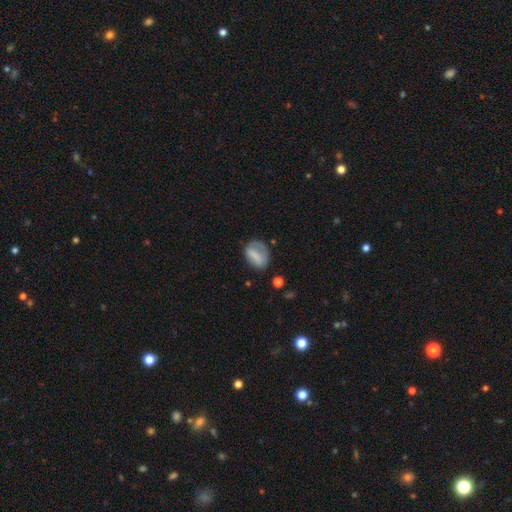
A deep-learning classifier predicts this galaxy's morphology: type=smooth (68%); roundness=in between (69%); merging=none (54%).